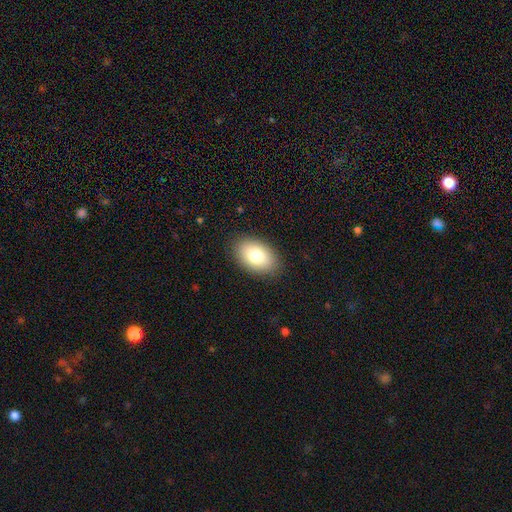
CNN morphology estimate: Overall: smooth (81%). How rounded: in between (90%). Merging: none (87%).